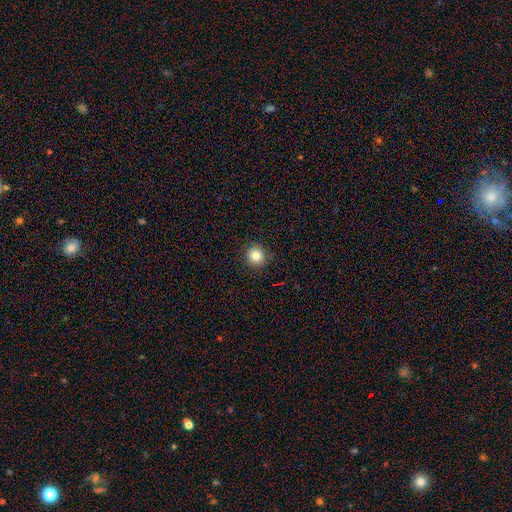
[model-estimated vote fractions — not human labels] A smooth galaxy with no disk features (83%) that is round (92%). Merging: none (90%).